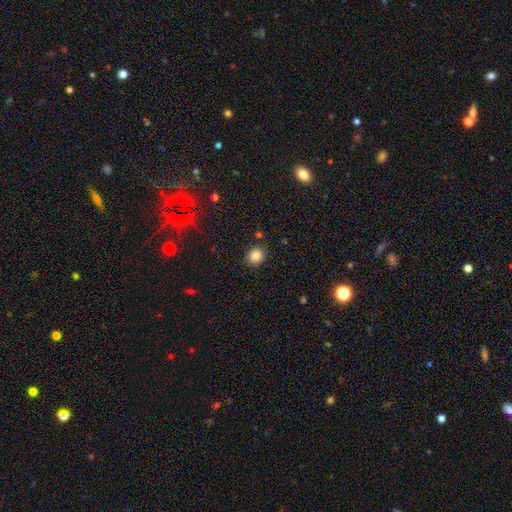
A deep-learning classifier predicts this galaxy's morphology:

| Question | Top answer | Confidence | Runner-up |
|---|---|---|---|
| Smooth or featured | smooth | 84% | star or artifact (11%) |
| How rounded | round | 70% | in between (29%) |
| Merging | none | 87% | minor disturbance (8%) |